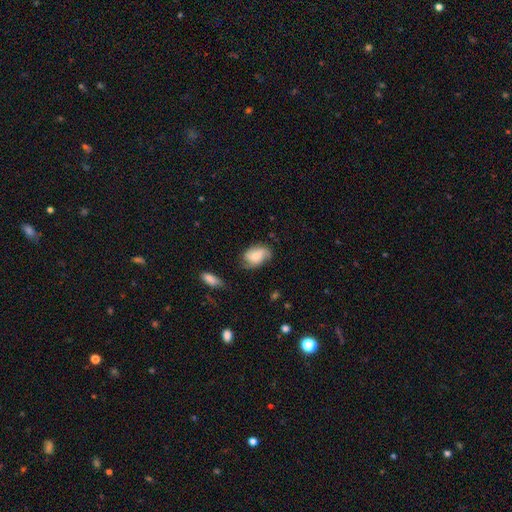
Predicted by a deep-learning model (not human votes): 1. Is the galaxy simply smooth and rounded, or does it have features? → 51% smooth, 41% featured or disk, 8% star or artifact.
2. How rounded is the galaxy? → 84% in between, 15% round, 2% cigar-shaped.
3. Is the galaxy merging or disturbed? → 60% none, 28% minor disturbance, 9% major disturbance, 2% merger.